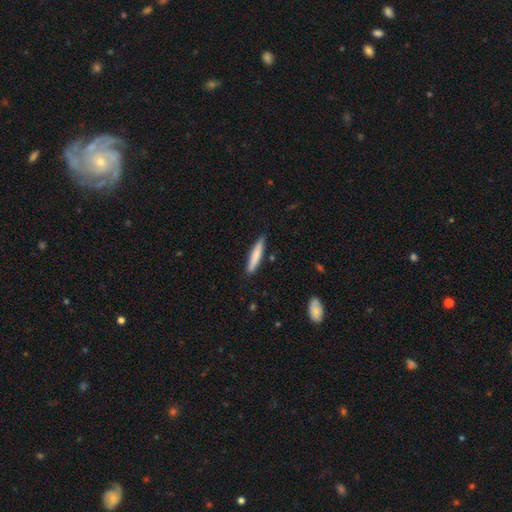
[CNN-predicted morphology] smooth 75%, featured or disk 20%, star or artifact 5%. Down the decision tree: how rounded — cigar-shaped (91%); merging — none (86%).